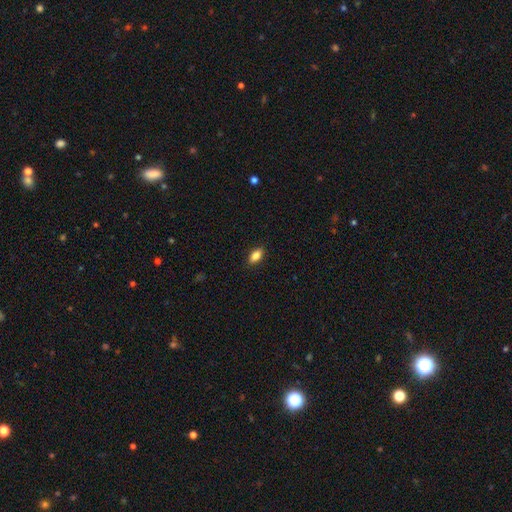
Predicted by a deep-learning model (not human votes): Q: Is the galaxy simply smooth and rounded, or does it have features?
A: smooth — 84%.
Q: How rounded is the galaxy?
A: in between — 88%.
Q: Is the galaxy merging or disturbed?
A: none — 89%.